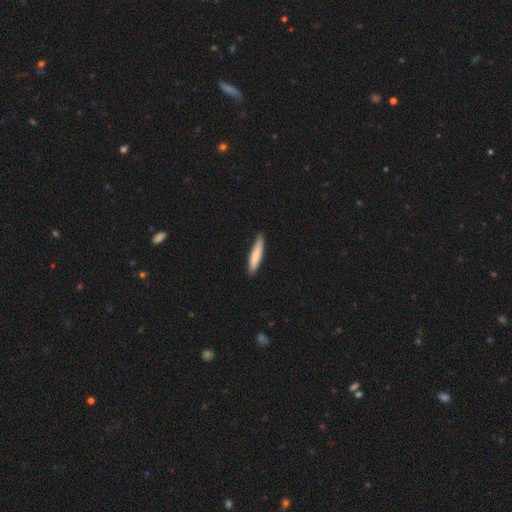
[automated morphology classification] smooth_or_featured: smooth (p=0.80) [alt: featured or disk p=0.15]
how_rounded: cigar-shaped (p=0.86) [alt: in between p=0.13]
merging: none (p=0.85) [alt: minor disturbance p=0.12]